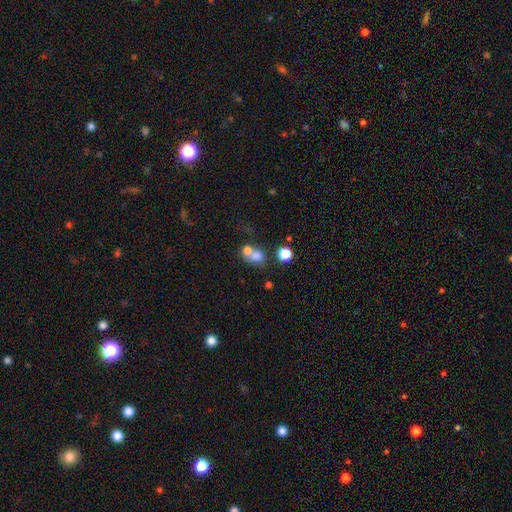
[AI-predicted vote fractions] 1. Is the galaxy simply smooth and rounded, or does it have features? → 73% smooth, 14% featured or disk, 13% star or artifact.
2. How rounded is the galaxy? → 67% round, 31% in between, 1% cigar-shaped.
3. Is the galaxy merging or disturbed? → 56% merger, 31% none, 8% minor disturbance, 5% major disturbance.